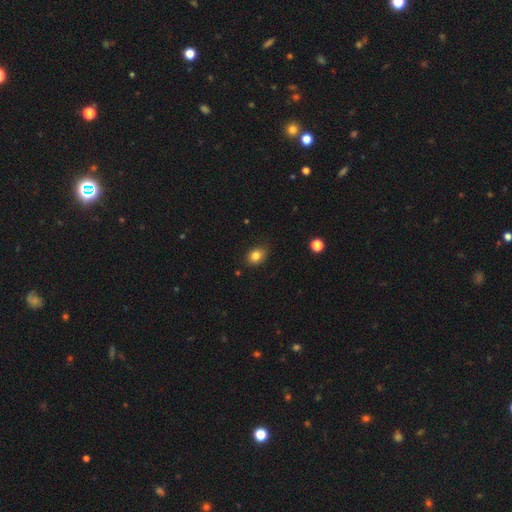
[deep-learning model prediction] Morphology: type=smooth (82%); roundness=in between (62%); merging=none (82%).